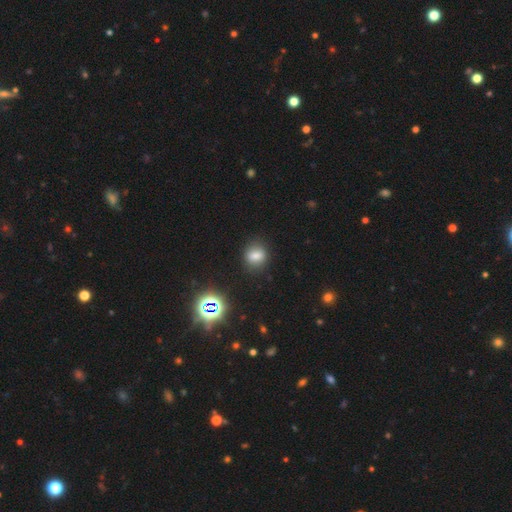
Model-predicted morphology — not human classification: Q: Smooth or featured?
A: smooth (74%); runner-up: star or artifact (17%)
Q: How rounded?
A: round (53%); runner-up: in between (45%)
Q: Merging?
A: none (82%); runner-up: minor disturbance (12%)